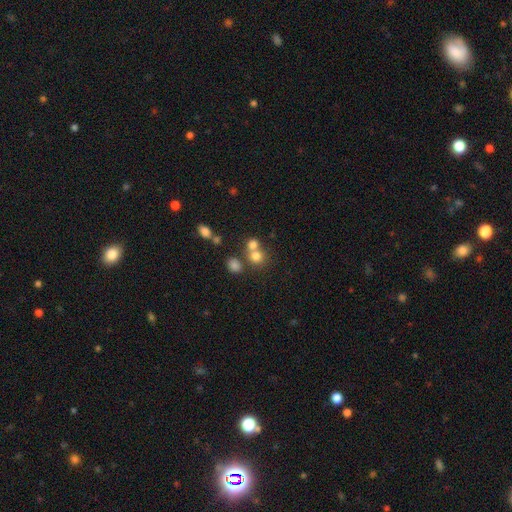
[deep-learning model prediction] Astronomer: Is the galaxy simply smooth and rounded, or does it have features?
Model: smooth — 75%.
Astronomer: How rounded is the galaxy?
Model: round — 82%.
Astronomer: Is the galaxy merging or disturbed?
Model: none — 46% (runner-up: merger, 43%).